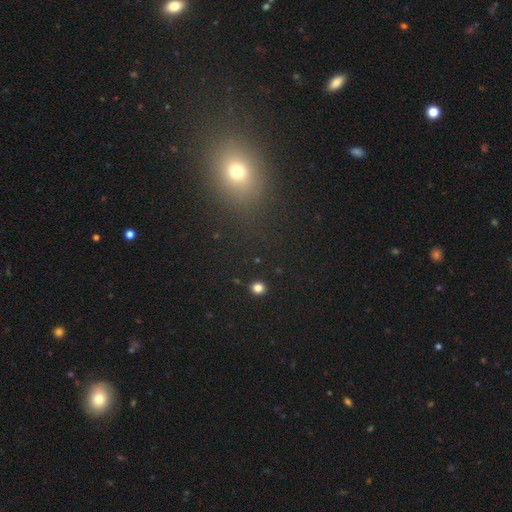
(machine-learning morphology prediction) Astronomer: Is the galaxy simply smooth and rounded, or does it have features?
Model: smooth — 59%.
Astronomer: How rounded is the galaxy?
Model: in between — 49%, tied with round at 49%.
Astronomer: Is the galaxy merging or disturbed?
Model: none — 90%.